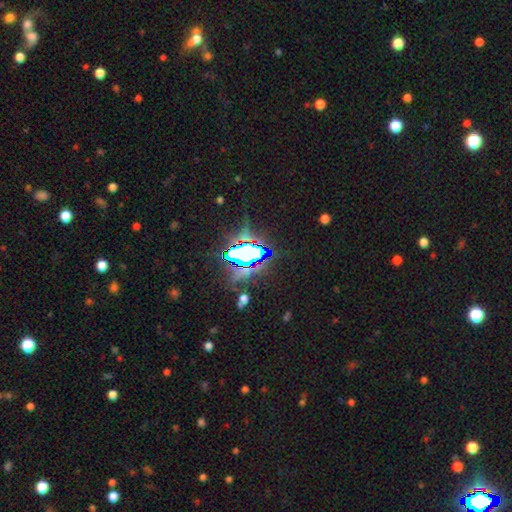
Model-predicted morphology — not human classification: Overall: star or artifact (78%).